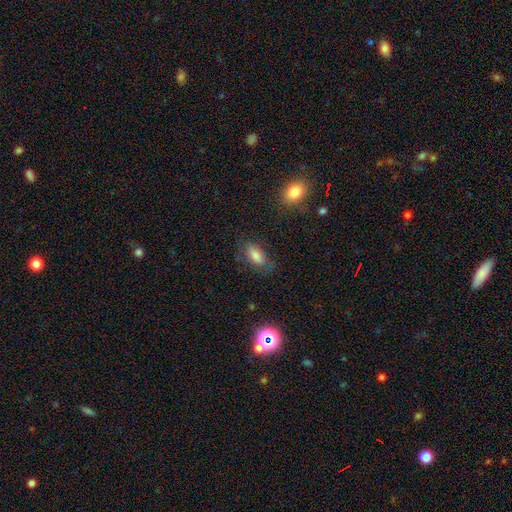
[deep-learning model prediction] smooth-or-featured: smooth: 74% | featured or disk: 14% | star or artifact: 11%
  how-rounded: in between: 88% | cigar-shaped: 7% | round: 5%
  merging: none: 75% | minor disturbance: 17% | major disturbance: 6% | merger: 2%